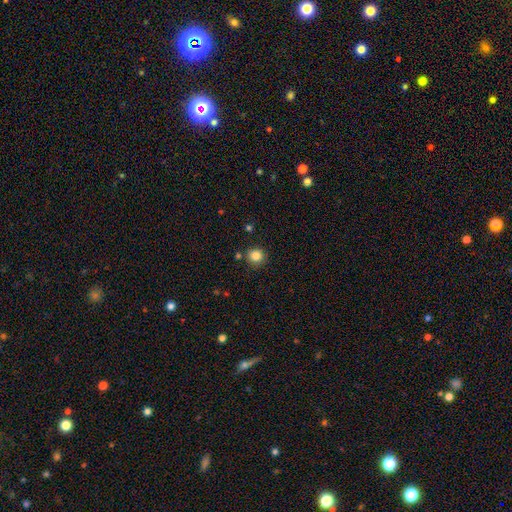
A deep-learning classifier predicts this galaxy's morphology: Q: Smooth or featured?
A: smooth (84%); runner-up: star or artifact (11%)
Q: How rounded?
A: round (91%); runner-up: in between (8%)
Q: Merging?
A: none (85%); runner-up: minor disturbance (9%)